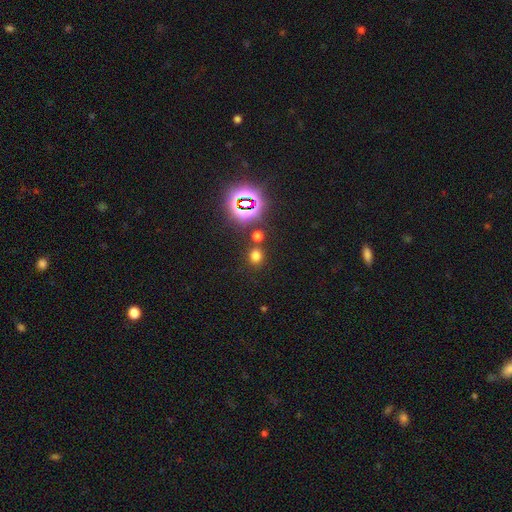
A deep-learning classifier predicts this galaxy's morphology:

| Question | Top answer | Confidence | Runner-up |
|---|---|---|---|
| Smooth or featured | smooth | 65% | star or artifact (29%) |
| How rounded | round | 75% | in between (24%) |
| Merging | none | 78% | merger (11%) |